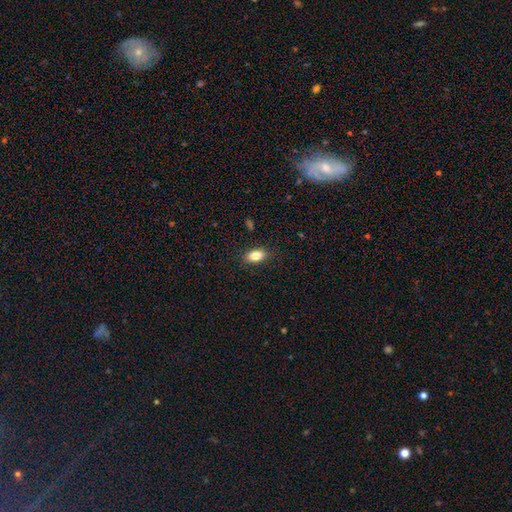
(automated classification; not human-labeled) Q: Smooth or featured?
A: smooth (84%); runner-up: star or artifact (9%)
Q: How rounded?
A: in between (88%); runner-up: round (10%)
Q: Merging?
A: none (87%); runner-up: minor disturbance (10%)